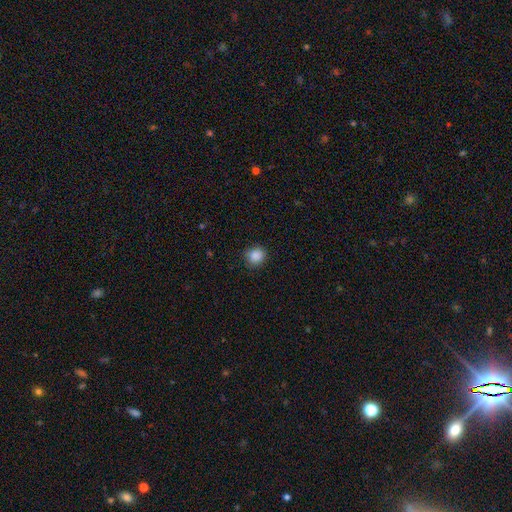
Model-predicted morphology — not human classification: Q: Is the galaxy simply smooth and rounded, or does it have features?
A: smooth — 87%.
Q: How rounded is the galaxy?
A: round — 85%.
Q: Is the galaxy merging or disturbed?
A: none — 86%.